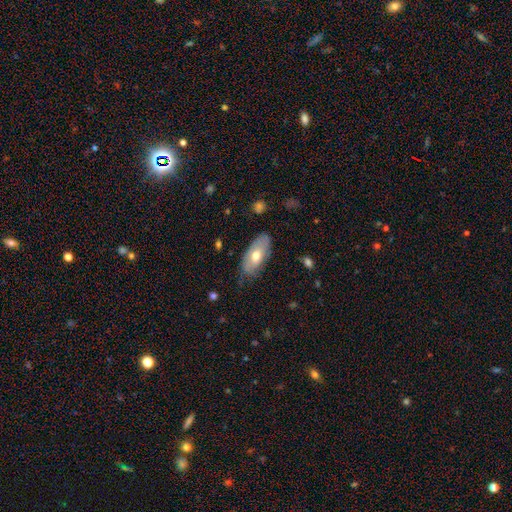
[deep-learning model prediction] This is possibly a smooth galaxy (58%). How rounded: clearly in between (89%). Merging: likely none (73%).